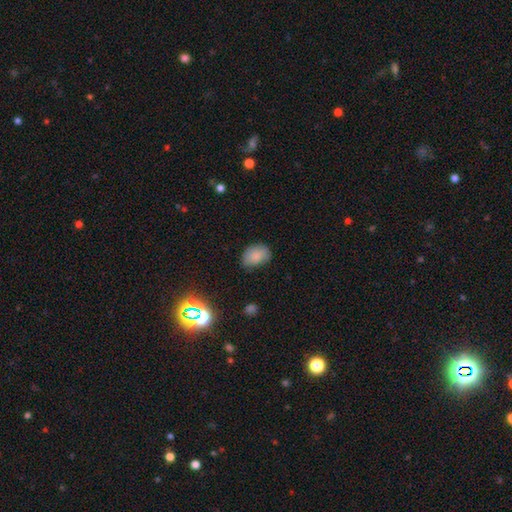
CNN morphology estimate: Overall: smooth (82%). How rounded: in between (79%). Merging: none (68%).